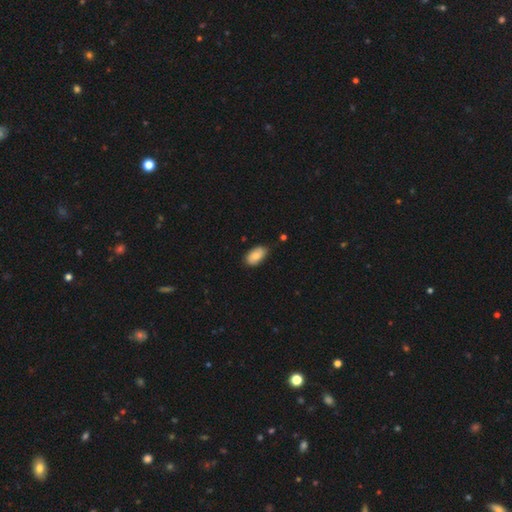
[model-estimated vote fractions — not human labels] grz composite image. It shows a smooth galaxy with no disk features (74%) that is in between round and cigar-shaped (94%). Merging: none (77%).